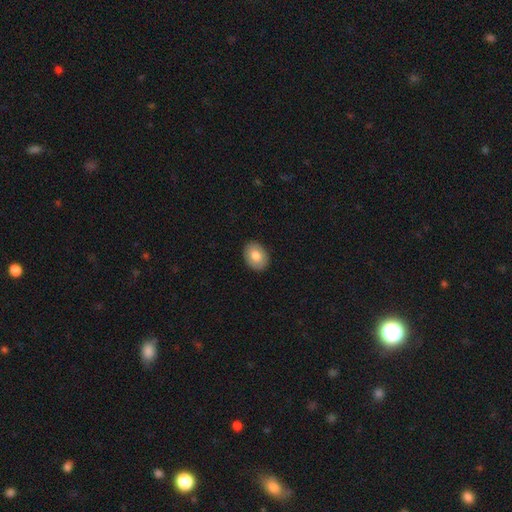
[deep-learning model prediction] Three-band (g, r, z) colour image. It shows a smooth galaxy with no disk features (78%) that is in between round and cigar-shaped (73%). Merging: none (89%).